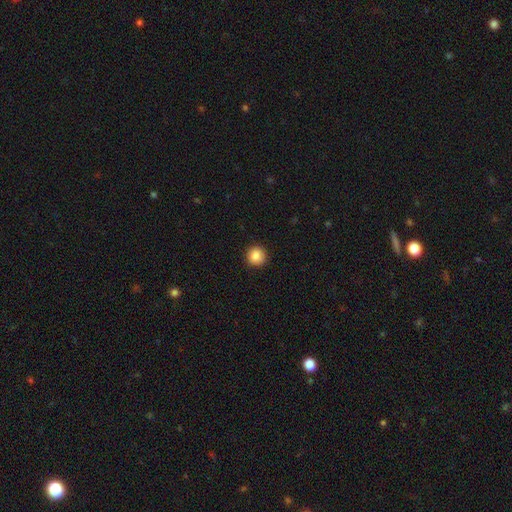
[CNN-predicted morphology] Smooth or featured? smooth (85%)
How rounded? round (95%)
Merging? none (92%)